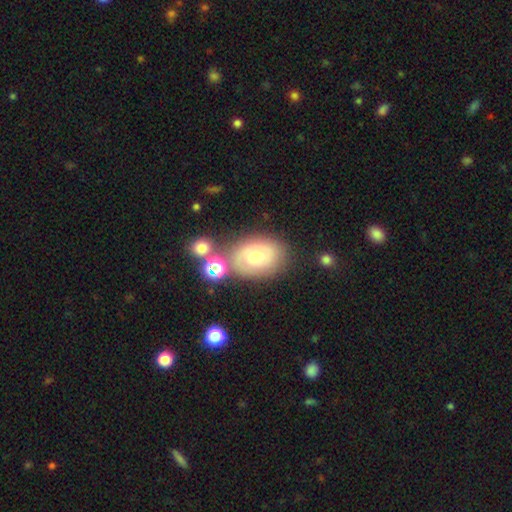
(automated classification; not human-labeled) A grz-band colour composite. It shows a smooth galaxy with no disk features (48%). Merging: none (60%).